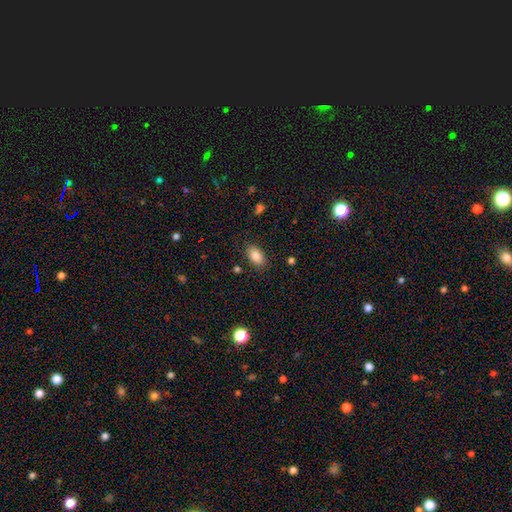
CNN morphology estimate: Q: Smooth or featured?
A: smooth (86%); runner-up: star or artifact (8%)
Q: How rounded?
A: in between (90%); runner-up: round (8%)
Q: Merging?
A: none (85%); runner-up: minor disturbance (11%)